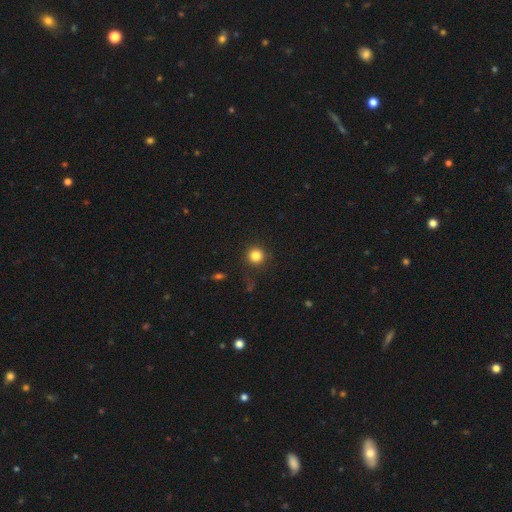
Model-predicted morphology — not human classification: type=smooth (84%); roundness=round (95%); merging=none (89%).